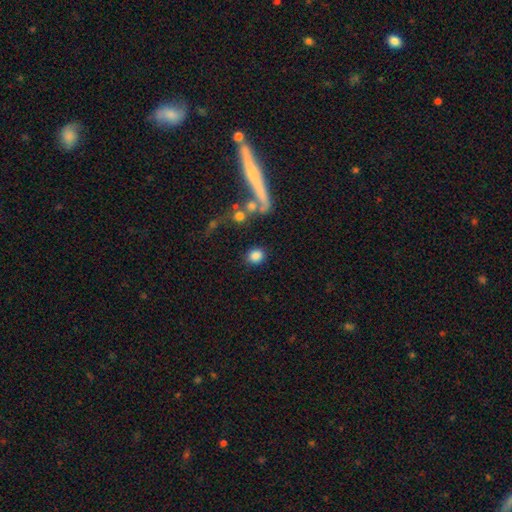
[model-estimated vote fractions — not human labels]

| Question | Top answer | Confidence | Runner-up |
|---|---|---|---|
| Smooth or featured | smooth | 83% | star or artifact (10%) |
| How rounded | round | 68% | in between (29%) |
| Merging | none | 75% | minor disturbance (10%) |